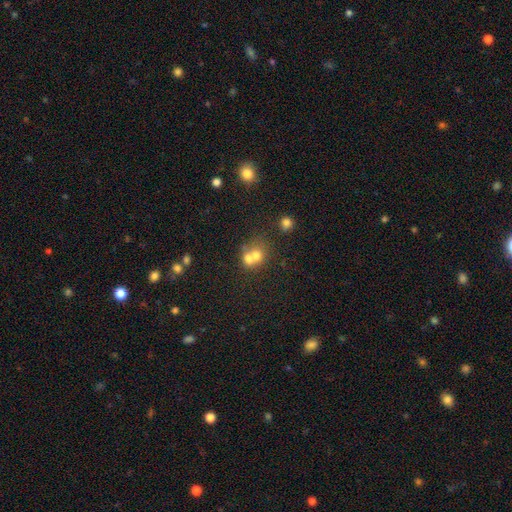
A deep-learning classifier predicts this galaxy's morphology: A smooth galaxy with no disk features (66%) that is round (70%). Merging: merger (64%).